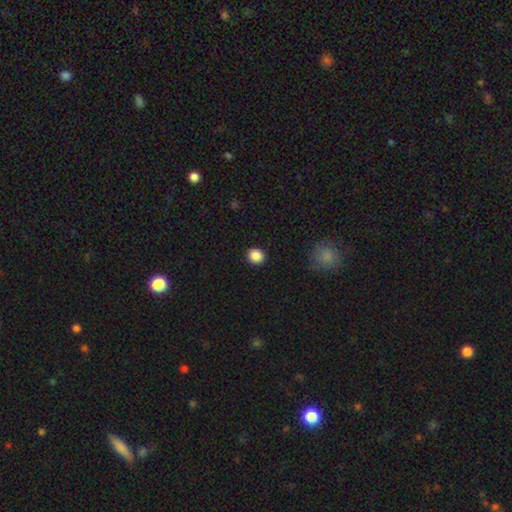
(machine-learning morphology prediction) This appears to be a smooth galaxy with no disk features (87%) that is round (79%). Merging: none (91%).